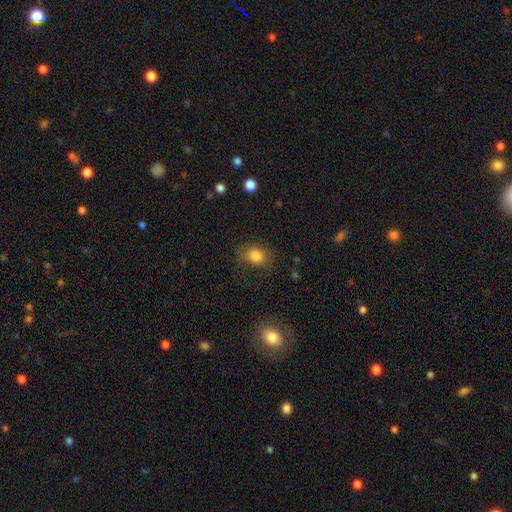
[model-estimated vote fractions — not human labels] This appears to be a smooth galaxy with no disk features (80%) that is in between round and cigar-shaped (55%). Merging: none (68%).